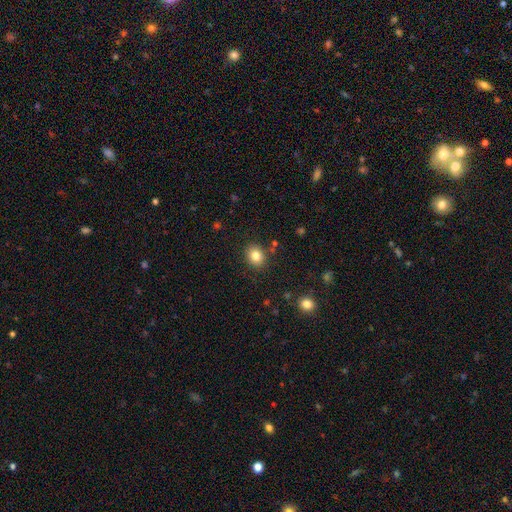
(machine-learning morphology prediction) smooth-or-featured: smooth: 83% | star or artifact: 10% | featured or disk: 7%
  how-rounded: round: 62% | in between: 37% | cigar-shaped: 1%
  merging: none: 87% | minor disturbance: 9% | major disturbance: 3% | merger: 2%